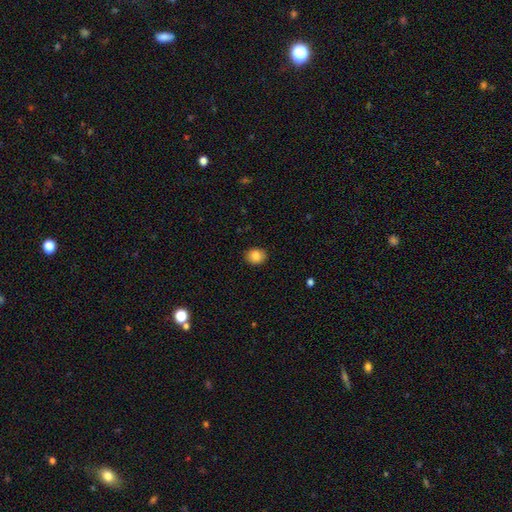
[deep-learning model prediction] This is clearly a smooth galaxy (85%). How rounded: possibly round (56%). Merging: clearly none (89%).